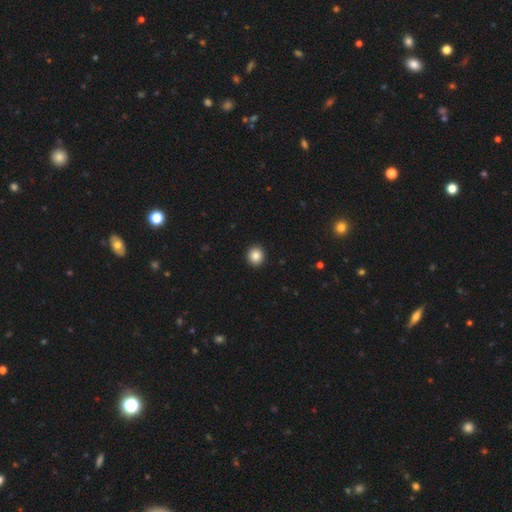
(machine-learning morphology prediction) This appears to be a smooth galaxy with no disk features (86%) that is round (86%). Merging: none (93%).